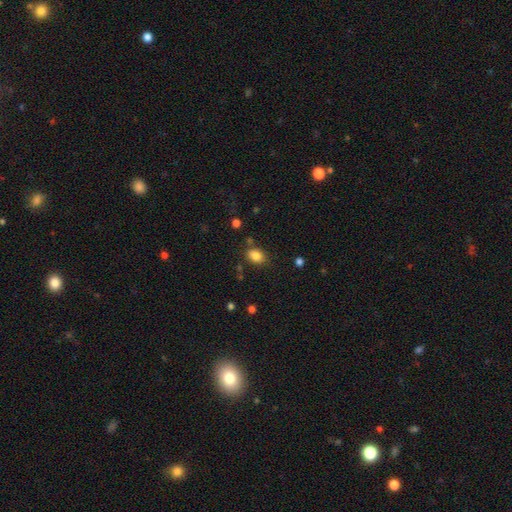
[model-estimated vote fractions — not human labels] This appears to be a smooth galaxy with no disk features (84%) that is in between round and cigar-shaped (77%). Merging: none (75%).